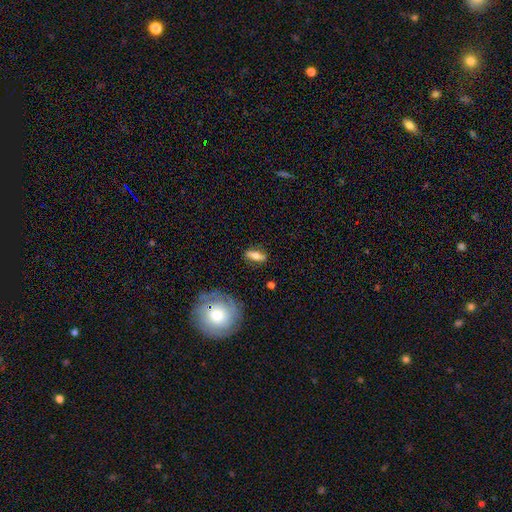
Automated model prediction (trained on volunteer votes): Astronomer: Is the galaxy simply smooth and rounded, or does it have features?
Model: smooth — 64%.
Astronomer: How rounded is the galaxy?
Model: in between — 58% (runner-up: cigar-shaped, 37%).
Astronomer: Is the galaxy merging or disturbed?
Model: none — 84%.